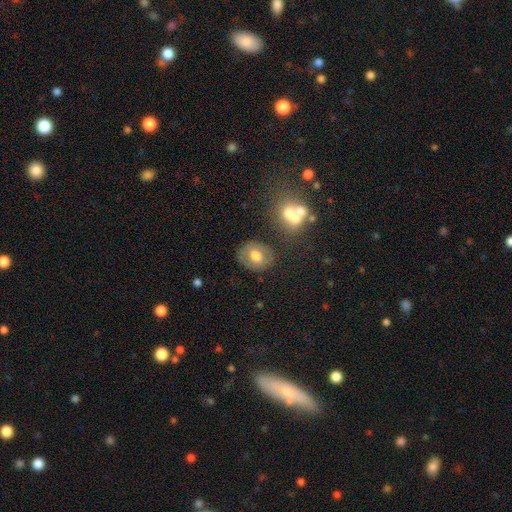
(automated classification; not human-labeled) Overall: smooth (59%; featured or disk 33%). How rounded: in between (51%; round 48%). Merging: none (78%).